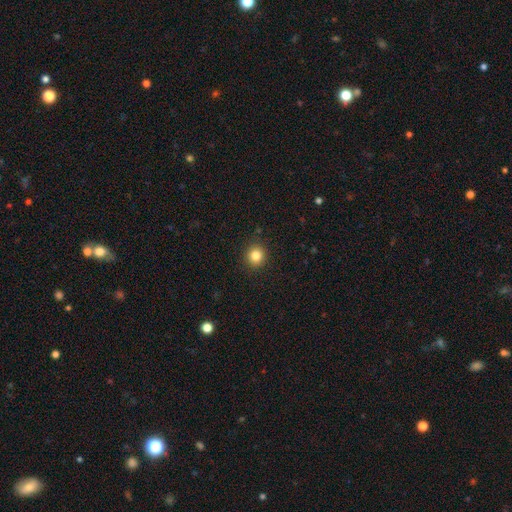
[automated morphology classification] This appears to be a smooth galaxy with no disk features (84%) that is round (91%). Merging: none (91%).